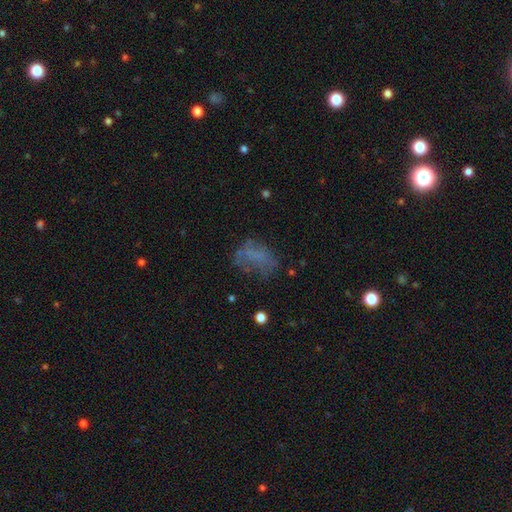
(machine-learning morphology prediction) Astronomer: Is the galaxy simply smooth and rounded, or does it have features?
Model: smooth — 50% (runner-up: featured or disk, 30%).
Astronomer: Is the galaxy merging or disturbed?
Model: none — 45% (runner-up: major disturbance, 29%).